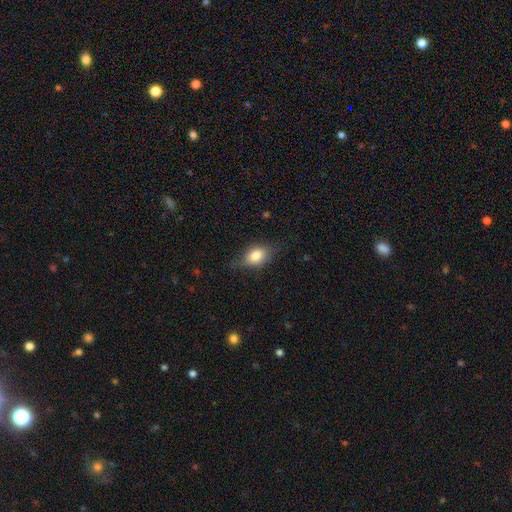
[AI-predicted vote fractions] Smooth or featured? Predicted: smooth (p=0.77). How rounded? Predicted: in between (p=0.78). Merging? Predicted: none (p=0.69).